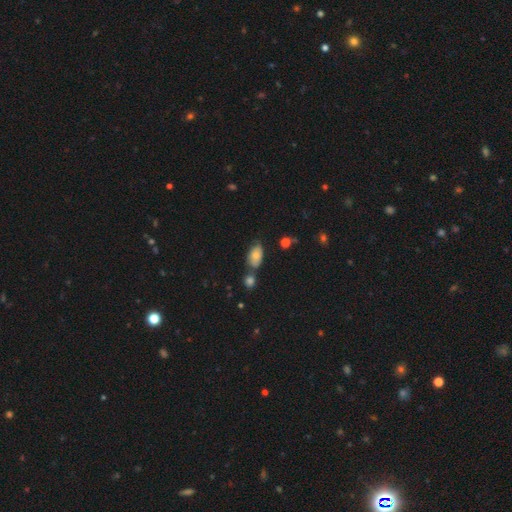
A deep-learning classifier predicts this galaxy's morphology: type=smooth (71%); roundness=in between (90%); merging=none (52%).